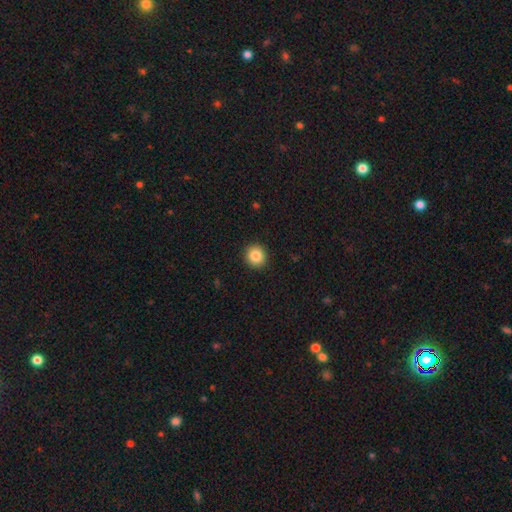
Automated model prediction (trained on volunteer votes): Smooth or featured? Predicted: smooth (p=0.85). How rounded? Predicted: round (p=0.93). Merging? Predicted: none (p=0.93).